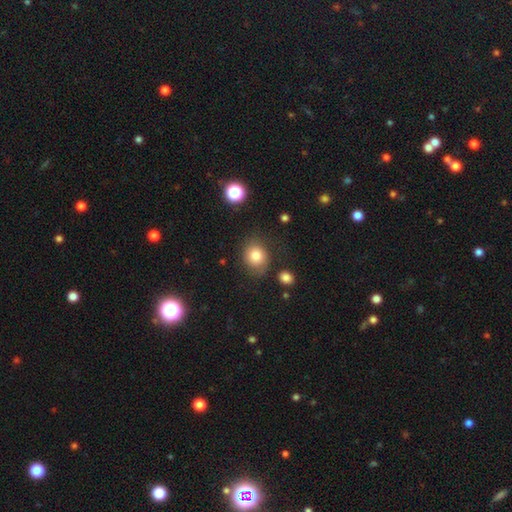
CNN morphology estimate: Overall: smooth (80%). How rounded: round (67%; in between 32%). Merging: none (73%).